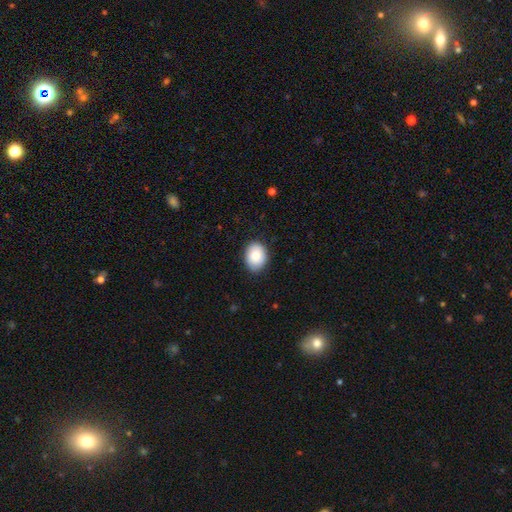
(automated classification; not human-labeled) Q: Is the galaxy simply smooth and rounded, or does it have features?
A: smooth — 87%.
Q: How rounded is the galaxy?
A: in between — 64%.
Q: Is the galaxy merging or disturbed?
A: none — 85%.